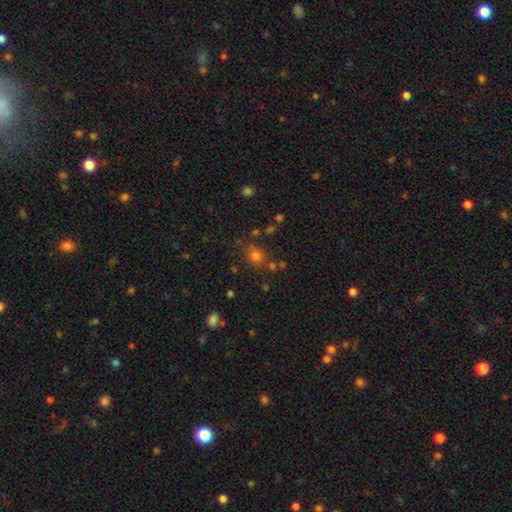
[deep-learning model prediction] This appears to be a smooth galaxy with no disk features (72%) that is round (73%). Merging: none (71%).